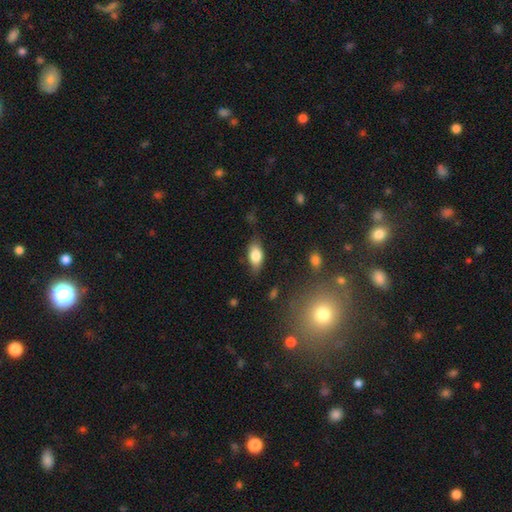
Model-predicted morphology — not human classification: type=smooth (78%); roundness=in between (87%); merging=none (72%).